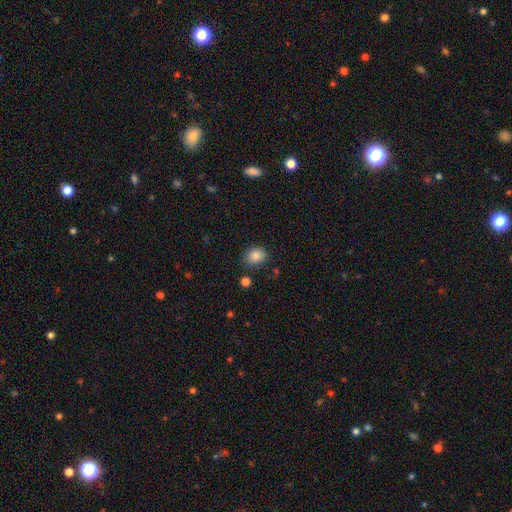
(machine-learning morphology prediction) This is clearly a smooth galaxy (85%). How rounded: possibly round (51%). Merging: clearly none (83%).